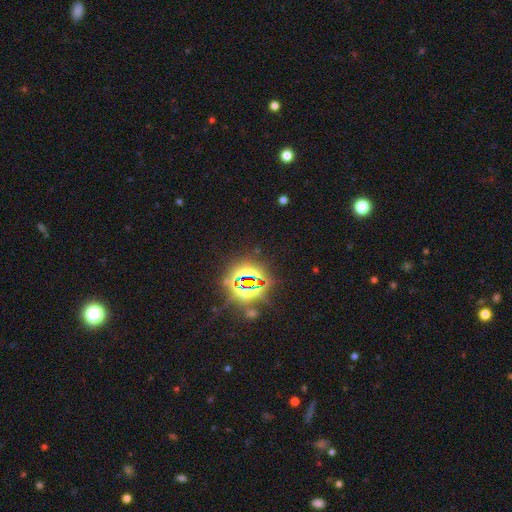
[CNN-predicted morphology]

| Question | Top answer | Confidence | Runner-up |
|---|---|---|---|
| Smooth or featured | star or artifact | 84% | smooth (10%) |